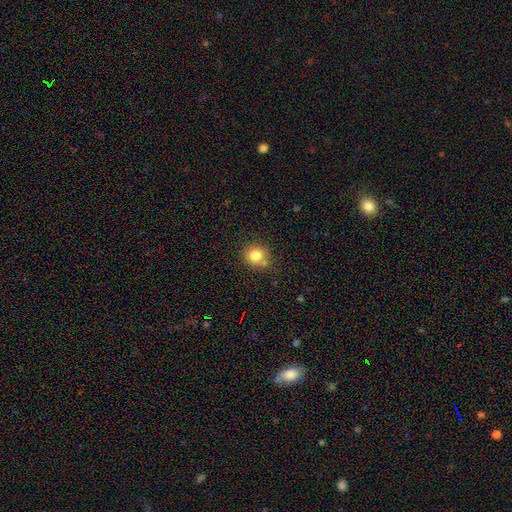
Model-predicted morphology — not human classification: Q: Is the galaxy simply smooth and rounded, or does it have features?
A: smooth — 81%.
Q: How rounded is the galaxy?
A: round — 86%.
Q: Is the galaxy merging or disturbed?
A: none — 73%.